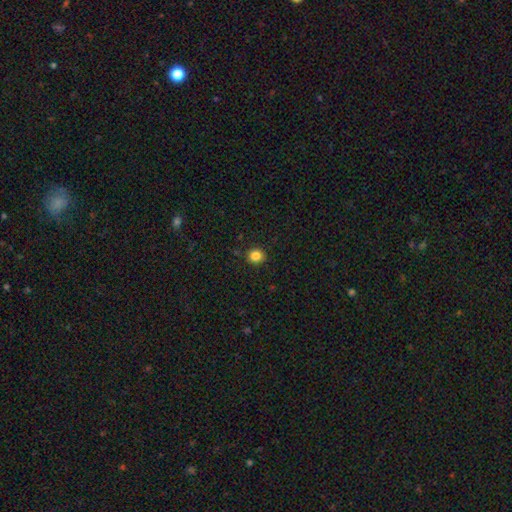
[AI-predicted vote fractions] A smooth galaxy with no disk features (85%) that is round (85%).

Vote fractions:
- Smooth or featured? smooth: 85% / star or artifact: 11% / featured or disk: 4%
- How rounded? round: 85% / in between: 15% / cigar-shaped: 1%
- Merging? none: 90% / minor disturbance: 7% / major disturbance: 2% / merger: 1%